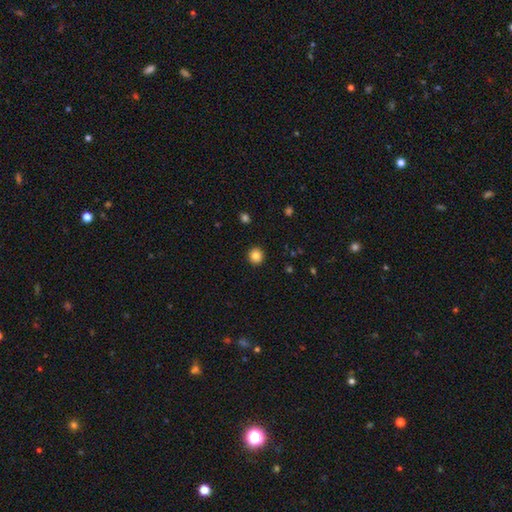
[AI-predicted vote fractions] This appears to be a smooth galaxy with no disk features (84%) that is round (93%). Merging: none (93%).